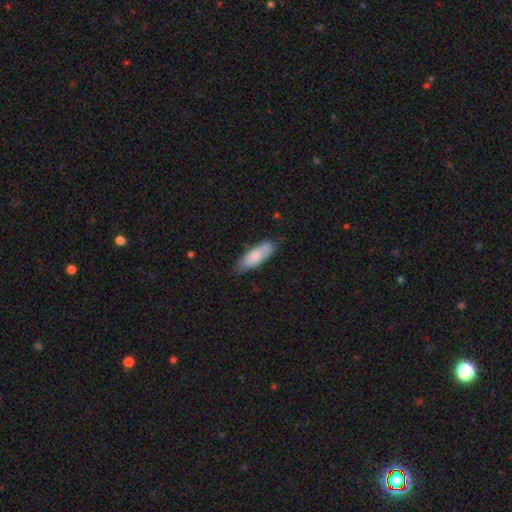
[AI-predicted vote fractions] smooth-or-featured: smooth: 80% | featured or disk: 14% | star or artifact: 6%
  how-rounded: in between: 62% | cigar-shaped: 37% | round: 2%
  merging: none: 69% | minor disturbance: 23% | major disturbance: 4% | merger: 4%